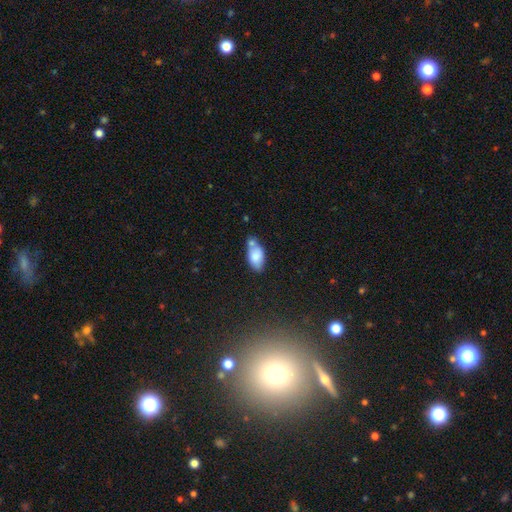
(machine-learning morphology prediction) Smooth or featured: smooth — 78% (featured or disk — 15%)
How rounded: in between — 91% (round — 4%)
Merging: none — 44% (merger — 29%)